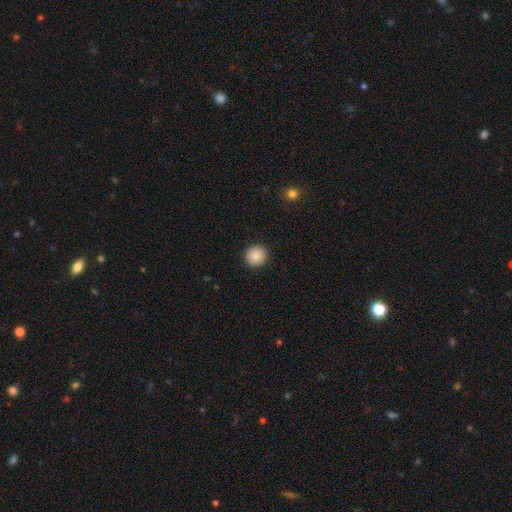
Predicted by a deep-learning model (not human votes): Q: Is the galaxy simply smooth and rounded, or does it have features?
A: smooth — 87%.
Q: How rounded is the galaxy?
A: round — 94%.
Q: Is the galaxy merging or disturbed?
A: none — 93%.